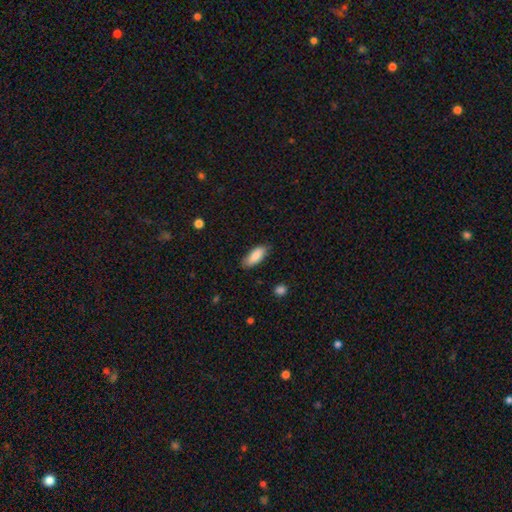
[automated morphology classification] Smooth or featured? smooth (87%)
How rounded? in between (80%)
Merging? none (81%)